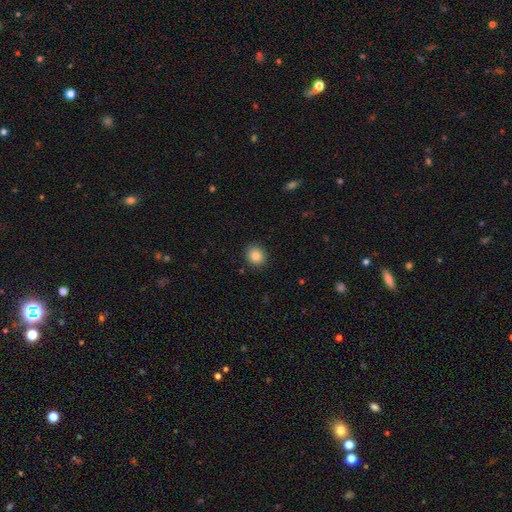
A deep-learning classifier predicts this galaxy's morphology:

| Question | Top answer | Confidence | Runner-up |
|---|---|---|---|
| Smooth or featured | smooth | 86% | star or artifact (9%) |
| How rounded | round | 73% | in between (26%) |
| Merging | none | 90% | minor disturbance (7%) |